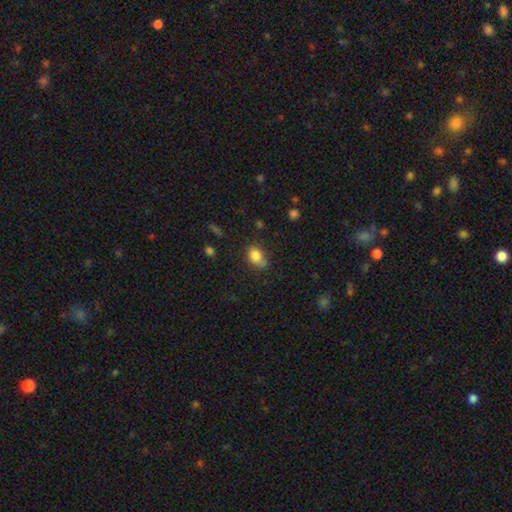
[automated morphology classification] Q: Smooth or featured?
A: smooth (82%); runner-up: star or artifact (10%)
Q: How rounded?
A: in between (66%); runner-up: round (32%)
Q: Merging?
A: none (53%); runner-up: minor disturbance (31%)